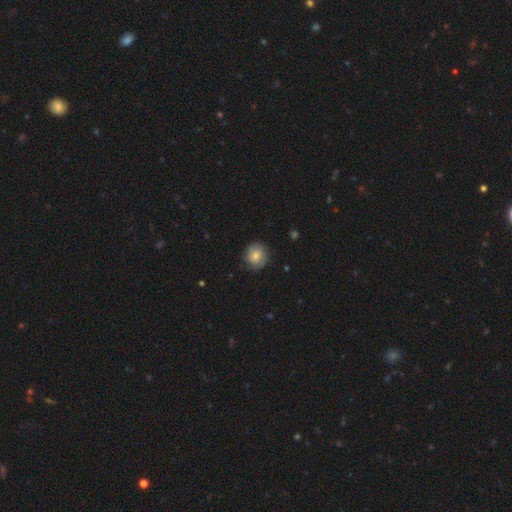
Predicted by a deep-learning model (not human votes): smooth 69%, featured or disk 23%, star or artifact 8%. Down the decision tree: how rounded — round (81%); merging — none (80%).